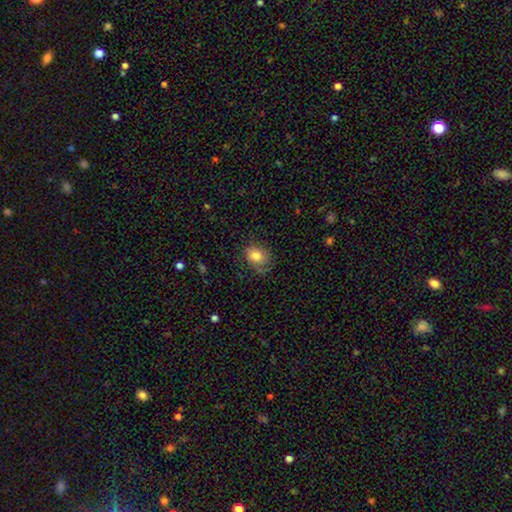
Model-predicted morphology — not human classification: Smooth or featured? Predicted: smooth (p=0.70). How rounded? Predicted: in between (p=0.60). Merging? Predicted: none (p=0.60).